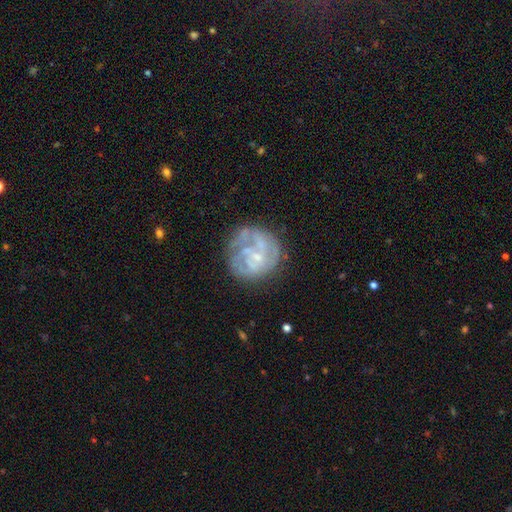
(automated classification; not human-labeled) Smooth or featured? featured or disk (73%)
Edge-on disk? no (98%)
Bar? no (72%)
Spiral arms? yes (60%)
Bulge size? small (59%)
Merging? none (58%)